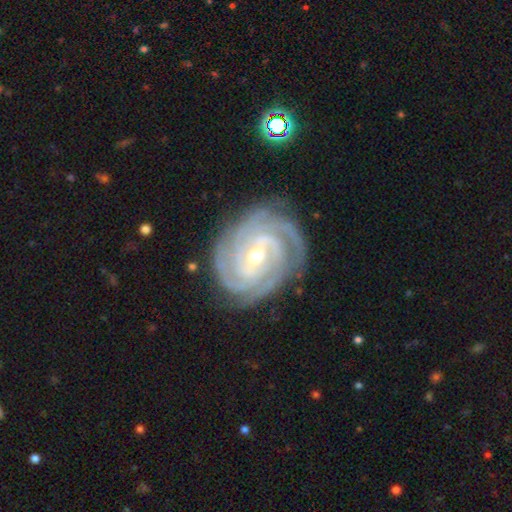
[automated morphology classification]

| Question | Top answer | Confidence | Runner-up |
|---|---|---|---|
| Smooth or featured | featured or disk | 92% | star or artifact (4%) |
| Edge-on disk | no | 97% | yes (3%) |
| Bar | weak | 44% | strong (32%) |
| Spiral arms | yes | 99% | no (1%) |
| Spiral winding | tight | 81% | medium (17%) |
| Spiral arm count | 4 | 35% | 3 (33%) |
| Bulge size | small | 52% | moderate (46%) |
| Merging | none | 82% | minor disturbance (13%) |